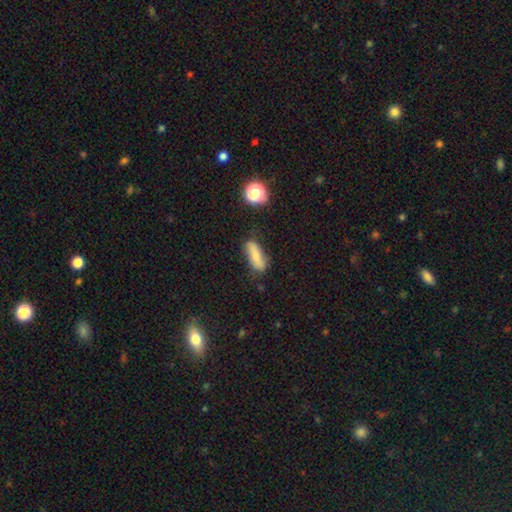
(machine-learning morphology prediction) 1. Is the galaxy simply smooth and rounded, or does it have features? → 70% smooth, 21% featured or disk, 9% star or artifact.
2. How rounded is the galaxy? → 57% in between, 39% cigar-shaped, 4% round.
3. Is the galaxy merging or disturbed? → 71% none, 20% minor disturbance, 5% major disturbance, 3% merger.